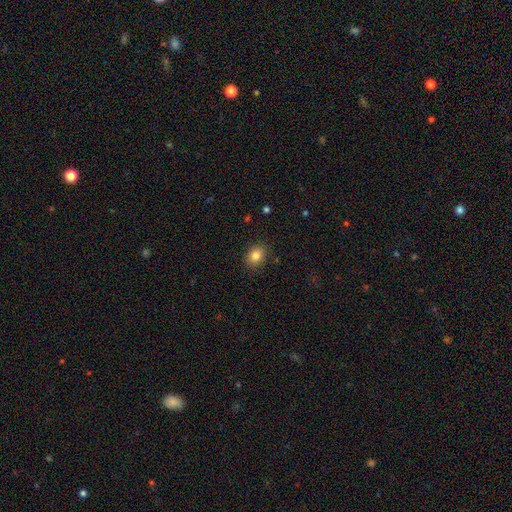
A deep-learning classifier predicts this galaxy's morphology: smooth_or_featured: smooth (p=0.83) [alt: star or artifact p=0.11]
how_rounded: in between (p=0.52) [alt: round p=0.47]
merging: none (p=0.87) [alt: minor disturbance p=0.09]